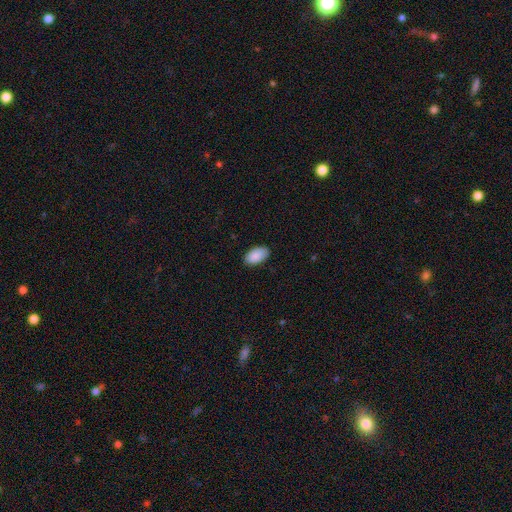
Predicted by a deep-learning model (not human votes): This appears to be a smooth galaxy with no disk features (90%) that is in between round and cigar-shaped (95%). Merging: none (86%).